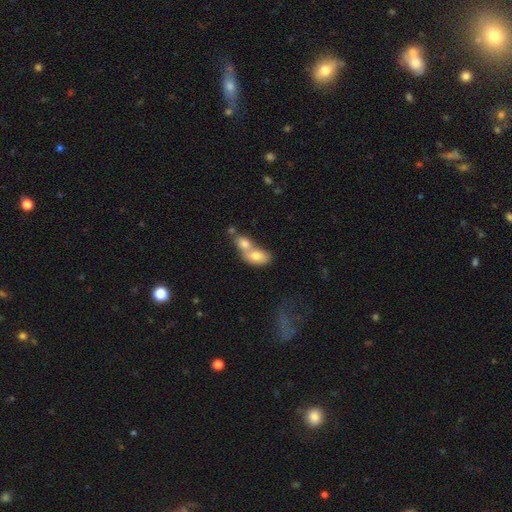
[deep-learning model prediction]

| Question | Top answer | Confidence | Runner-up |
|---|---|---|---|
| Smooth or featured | smooth | 73% | featured or disk (19%) |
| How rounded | in between | 80% | round (17%) |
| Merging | merger | 77% | none (14%) |